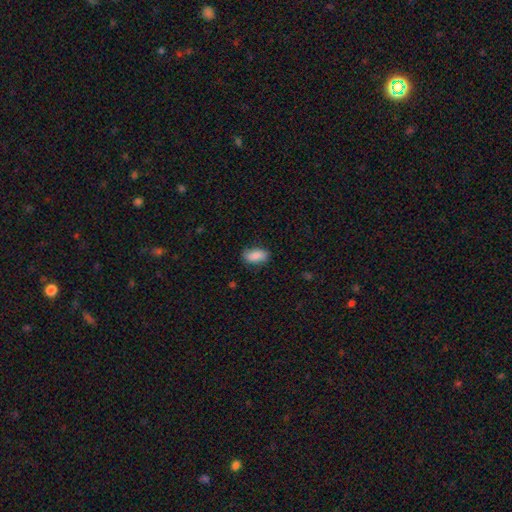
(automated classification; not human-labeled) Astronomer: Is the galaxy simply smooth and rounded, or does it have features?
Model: smooth — 84%.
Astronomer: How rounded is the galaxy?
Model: in between — 91%.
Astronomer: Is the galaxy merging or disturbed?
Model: none — 78%.